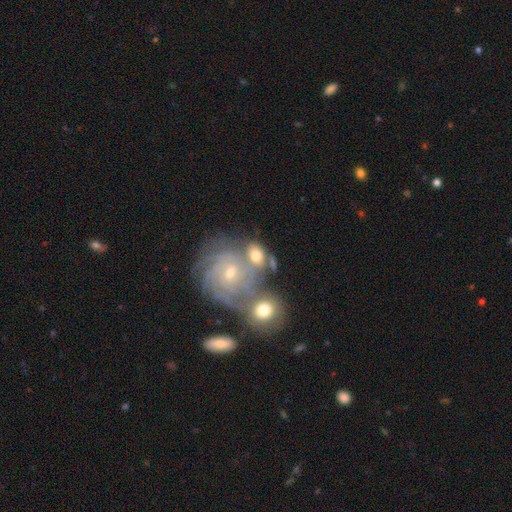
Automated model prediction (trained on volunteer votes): Smooth or featured: featured or disk — 60% (smooth — 29%)
Edge-on disk: no — 96% (yes — 4%)
Bar: no — 60% (weak — 31%)
Spiral arms: yes — 87% (no — 13%)
Bulge size: small — 50% (moderate — 39%)
Merging: none — 43% (merger — 35%)